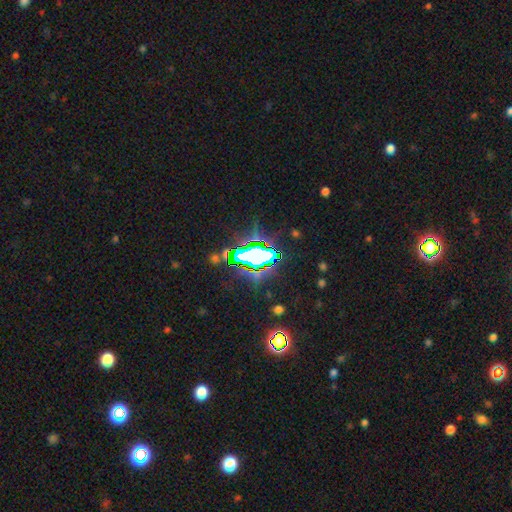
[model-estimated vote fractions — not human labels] smooth-or-featured: star or artifact: 67% | smooth: 18% | featured or disk: 15%